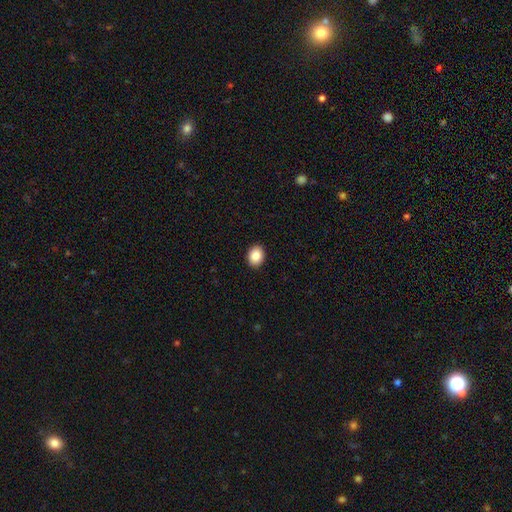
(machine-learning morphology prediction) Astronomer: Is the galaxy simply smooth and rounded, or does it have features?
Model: smooth — 89%.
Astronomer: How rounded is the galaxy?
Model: in between — 58% (runner-up: round, 41%).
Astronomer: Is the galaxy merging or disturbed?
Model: none — 91%.